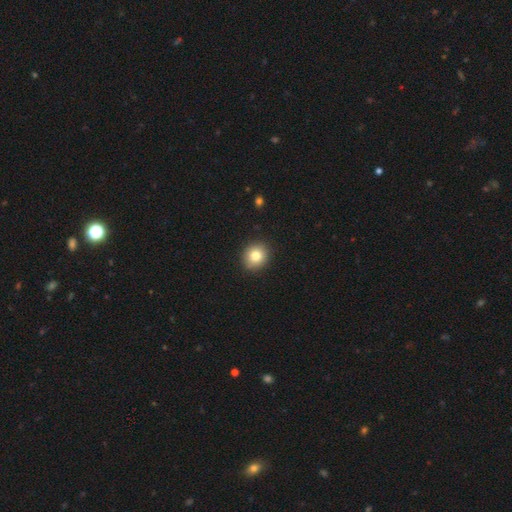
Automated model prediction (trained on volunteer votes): smooth_or_featured: smooth (p=0.81) [alt: star or artifact p=0.10]
how_rounded: round (p=0.81) [alt: in between p=0.18]
merging: none (p=0.91) [alt: minor disturbance p=0.06]